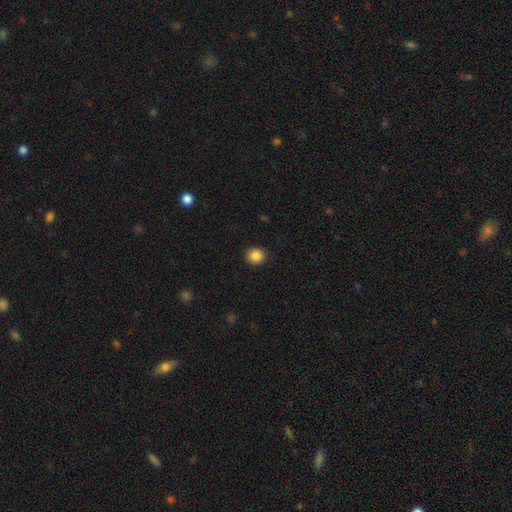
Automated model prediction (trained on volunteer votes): Smooth or featured?
  - smooth: 87% *
  - star or artifact: 10%
  - featured or disk: 3%
How rounded?
  - round: 86% *
  - in between: 13%
  - cigar-shaped: 1%
Merging?
  - none: 92% *
  - minor disturbance: 5%
  - major disturbance: 2%
  - merger: 1%